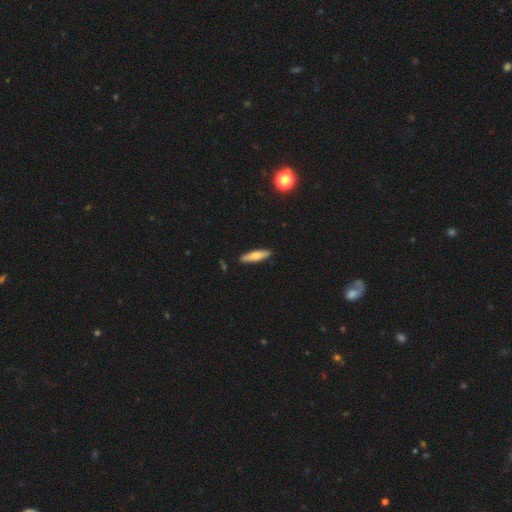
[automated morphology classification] This appears to be a smooth galaxy with no disk features (68%) that is cigar-shaped (76%). Merging: none (90%).